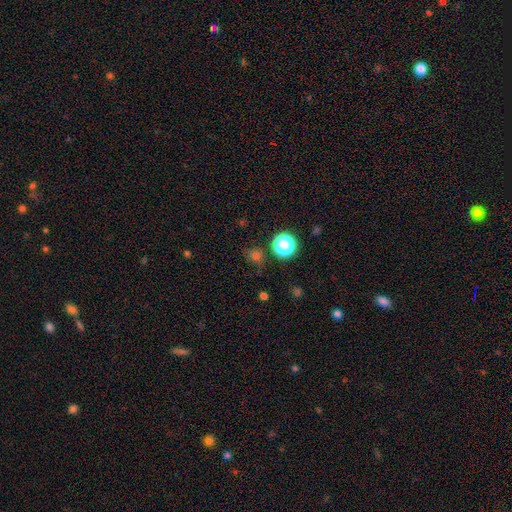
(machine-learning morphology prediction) A smooth galaxy with no disk features (61%) that is round (81%). Merging: none (77%).